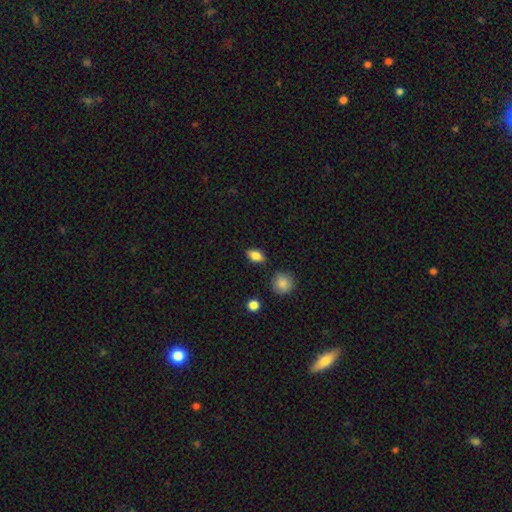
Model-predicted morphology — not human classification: smooth-or-featured: smooth: 80% | featured or disk: 11% | star or artifact: 9%
  how-rounded: in between: 81% | round: 14% | cigar-shaped: 6%
  merging: none: 82% | minor disturbance: 12% | major disturbance: 3% | merger: 2%